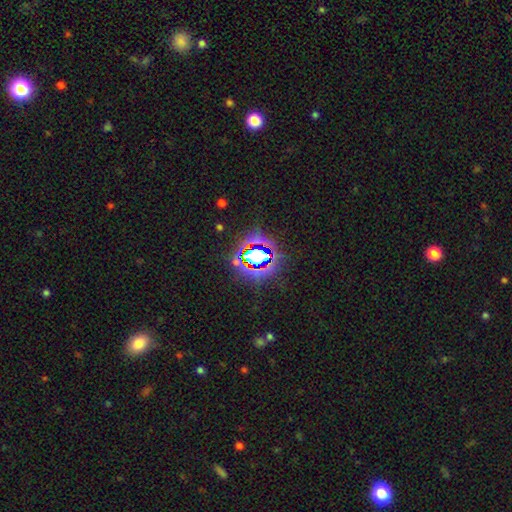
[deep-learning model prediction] Smooth or featured? Predicted: star or artifact (p=0.71).